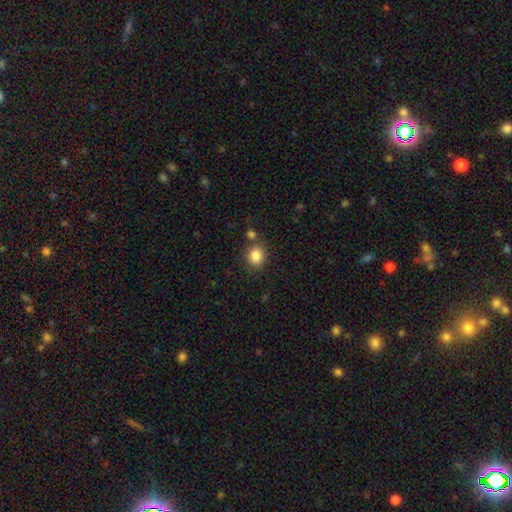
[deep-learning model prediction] Q: Smooth or featured?
A: smooth (85%); runner-up: star or artifact (10%)
Q: How rounded?
A: round (80%); runner-up: in between (19%)
Q: Merging?
A: none (74%); runner-up: minor disturbance (12%)